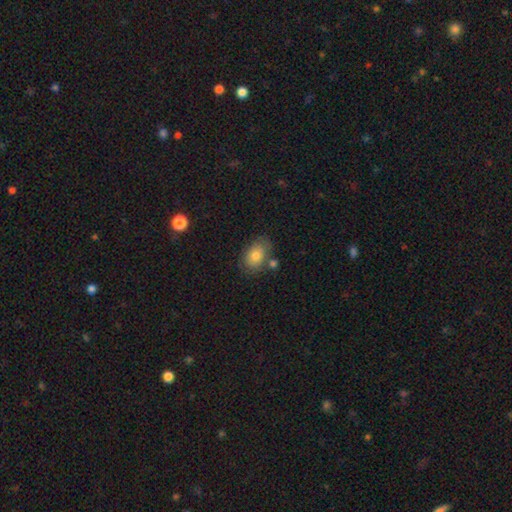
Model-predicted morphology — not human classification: Smooth or featured?
  - smooth: 78% *
  - featured or disk: 13%
  - star or artifact: 8%
How rounded?
  - in between: 81% *
  - round: 18%
  - cigar-shaped: 1%
Merging?
  - none: 67% *
  - minor disturbance: 17%
  - merger: 11%
  - major disturbance: 5%